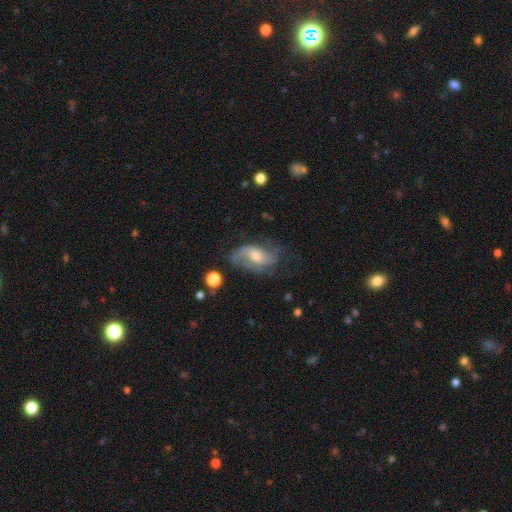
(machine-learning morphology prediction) smooth-or-featured: featured or disk: 74% | smooth: 19% | star or artifact: 7%
  disk-edge-on: no: 95% | yes: 5%
    bar: no: 45% | weak: 44% | strong: 11%
    has-spiral-arms: yes: 91% | no: 9%
      spiral-winding: loose: 42% (tied) | medium: 42% (tied) | tight: 16%
      spiral-arm-count: 2: 71% | can't tell: 13% | 1: 6% | 3: 6% | 4: 2% | more than 4: 2%
    bulge-size: moderate: 51% | small: 31% | large: 10% | none: 7% | dominant: 2%
  merging: none: 58% | minor disturbance: 23% | major disturbance: 17% | merger: 2%